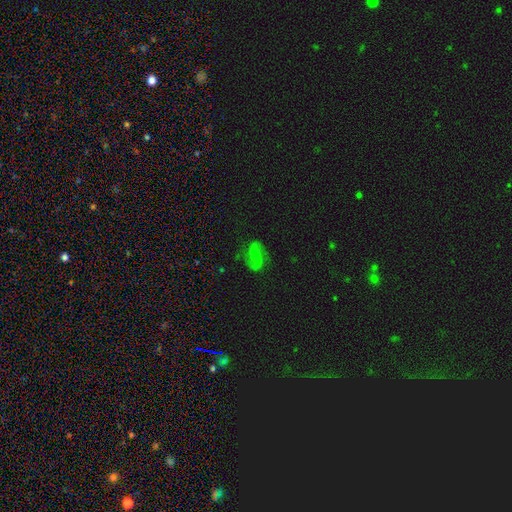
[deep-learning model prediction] Smooth or featured? Predicted: featured or disk (p=0.73). Edge-on disk? Predicted: no (p=0.97). Bar? Predicted: weak (p=0.44). Spiral arms? Predicted: yes (p=0.94). Spiral winding? Predicted: loose (p=0.46). Spiral arm count? Predicted: 2 (p=0.92). Bulge size? Predicted: small (p=0.41). Merging? Predicted: none (p=0.75).